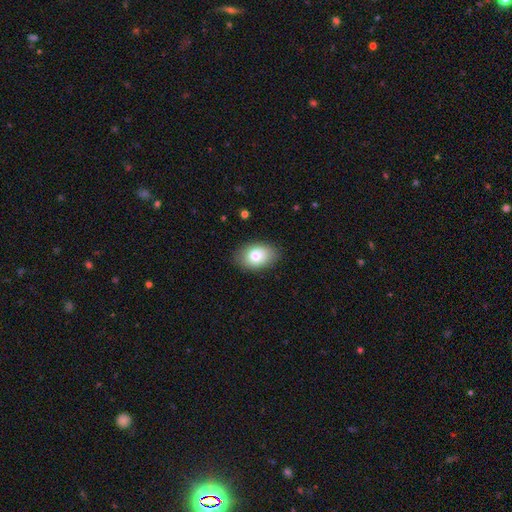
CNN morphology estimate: This is likely a smooth galaxy (79%). How rounded: clearly in between (85%). Merging: clearly none (84%).